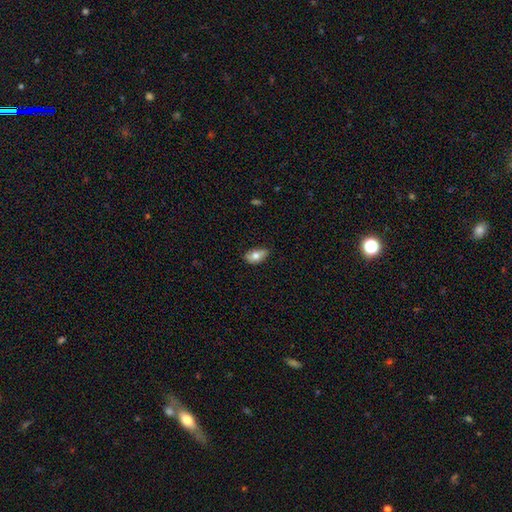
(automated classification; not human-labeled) A smooth galaxy with no disk features (69%) that is in between round and cigar-shaped (90%). Merging: none (65%).